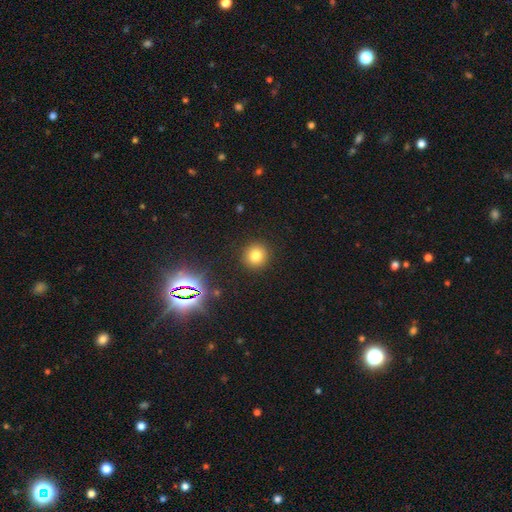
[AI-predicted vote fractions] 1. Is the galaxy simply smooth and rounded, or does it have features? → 77% smooth, 16% star or artifact, 7% featured or disk.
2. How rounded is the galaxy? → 93% round, 6% in between, 1% cigar-shaped.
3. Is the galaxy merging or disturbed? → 91% none, 6% minor disturbance, 2% major disturbance, 1% merger.